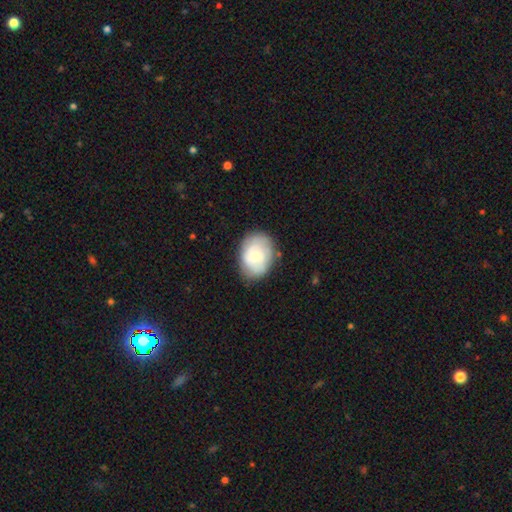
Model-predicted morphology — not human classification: smooth-or-featured: smooth: 60% | featured or disk: 33% | star or artifact: 7%
  how-rounded: in between: 67% | round: 32% | cigar-shaped: 1%
  merging: none: 72% | minor disturbance: 20% | major disturbance: 6% | merger: 2%